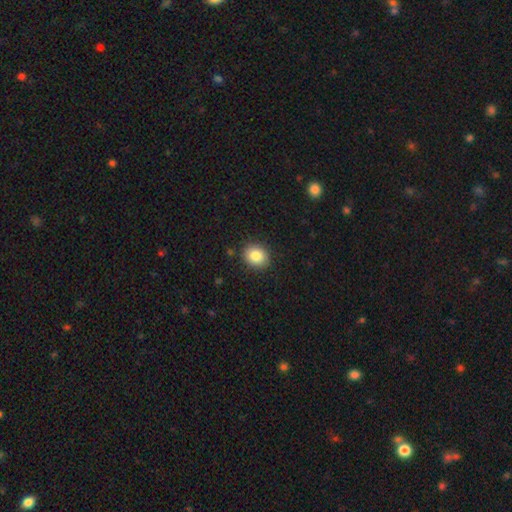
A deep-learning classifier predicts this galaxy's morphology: smooth-or-featured: smooth: 85% | star or artifact: 9% | featured or disk: 6%
  how-rounded: round: 68% | in between: 32% | cigar-shaped: 1%
  merging: none: 89% | minor disturbance: 8% | major disturbance: 2% | merger: 1%